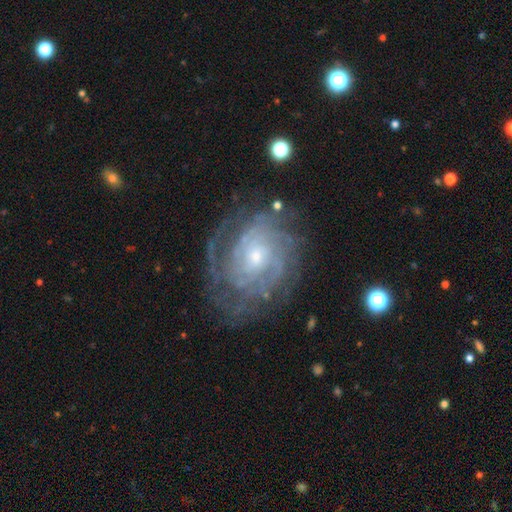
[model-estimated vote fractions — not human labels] Smooth or featured?
  - featured or disk: 86% *
  - smooth: 7%
  - star or artifact: 7%
Edge-on disk?
  - no: 97% *
  - yes: 3%
Bar?
  - no: 69% *
  - weak: 26%
  - strong: 5%
Spiral arms?
  - yes: 95% *
  - no: 5%
Spiral winding?
  - tight: 71% *
  - medium: 24%
  - loose: 5%
Spiral arm count?
  - can't tell: 40% *
  - 4: 16%
  - 3: 15%
  - 2: 14%
  - more than 4: 9%
  - 1: 6%
Bulge size?
  - small: 60% *
  - moderate: 35%
  - large: 3%
  - none: 2%
  - dominant: 1%
Merging?
  - none: 72% *
  - minor disturbance: 17%
  - major disturbance: 9%
  - merger: 2%